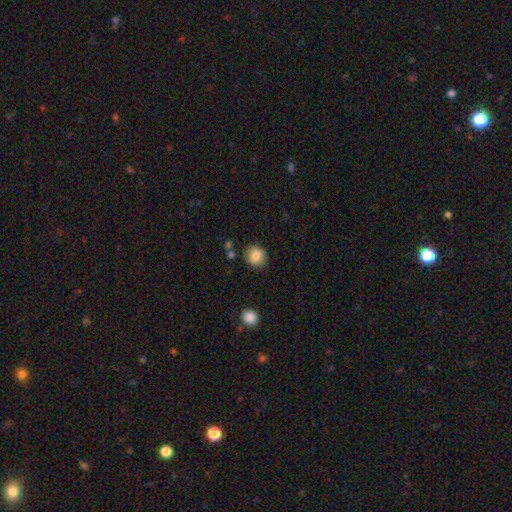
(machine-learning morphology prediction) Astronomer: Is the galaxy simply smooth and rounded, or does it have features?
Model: smooth — 86%.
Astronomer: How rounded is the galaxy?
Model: round — 83%.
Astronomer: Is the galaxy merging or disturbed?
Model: none — 83%.